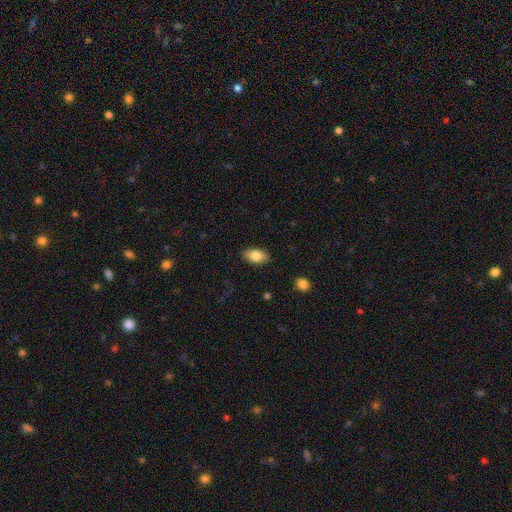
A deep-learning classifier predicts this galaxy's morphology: Q: Smooth or featured?
A: smooth (81%); runner-up: featured or disk (12%)
Q: How rounded?
A: in between (92%); runner-up: round (5%)
Q: Merging?
A: none (88%); runner-up: minor disturbance (9%)